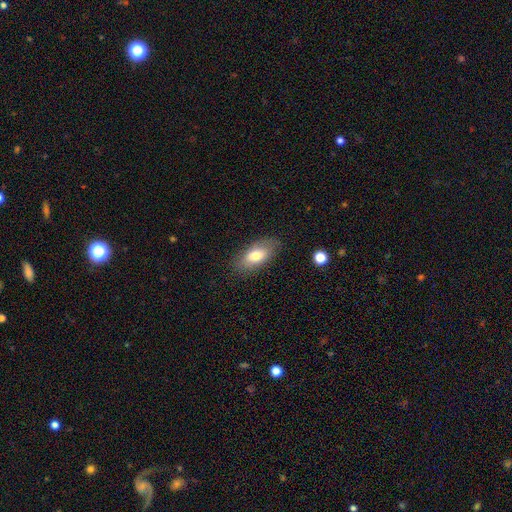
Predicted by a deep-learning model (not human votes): Smooth or featured? Predicted: smooth (p=0.71). How rounded? Predicted: in between (p=0.89). Merging? Predicted: none (p=0.79).